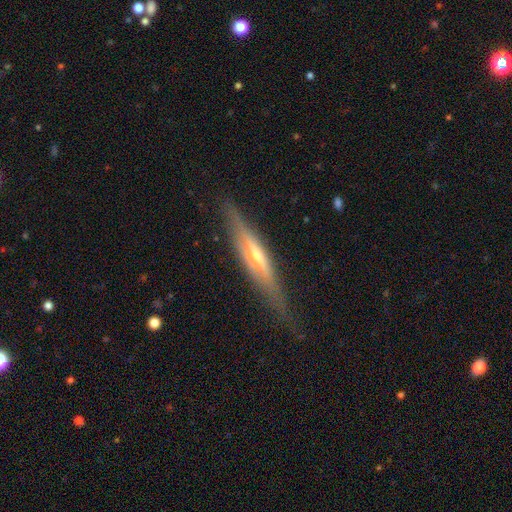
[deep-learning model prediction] Smooth or featured?
  - featured or disk: 74% *
  - smooth: 20%
  - star or artifact: 6%
Edge-on disk?
  - yes: 94% *
  - no: 6%
Edge-on bulge?
  - rounded: 72% *
  - none: 17%
  - boxy: 11%
Merging?
  - none: 79% *
  - minor disturbance: 15%
  - major disturbance: 4%
  - merger: 1%